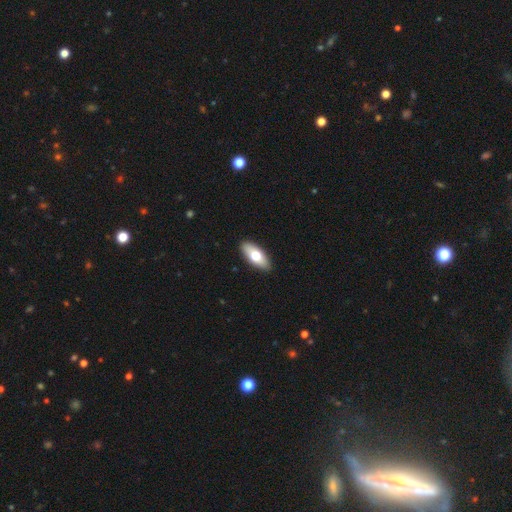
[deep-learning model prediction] Morphology: type=smooth (67%); roundness=in between (83%); merging=none (91%).